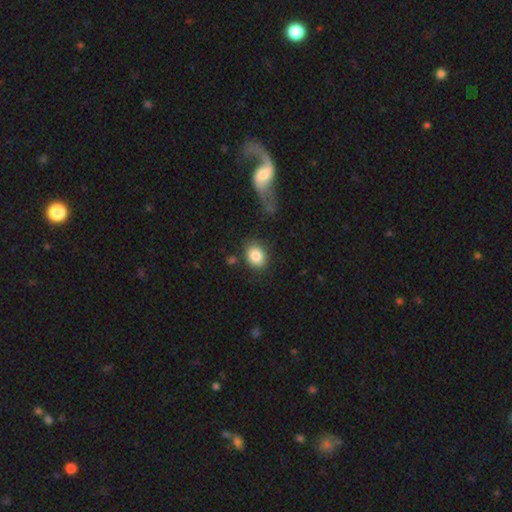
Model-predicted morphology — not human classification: Smooth or featured? smooth (85%)
How rounded? in between (61%)
Merging? none (80%)